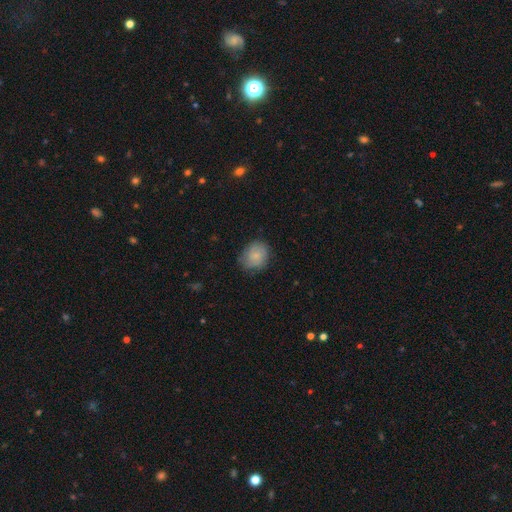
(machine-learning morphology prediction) This appears to be a smooth galaxy with no disk features (65%) that is round (61%). Merging: none (74%).